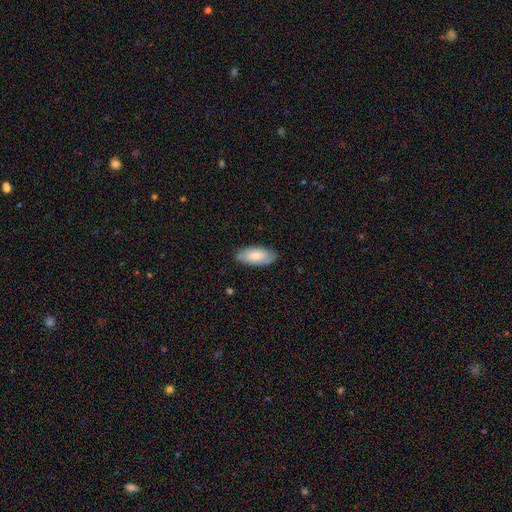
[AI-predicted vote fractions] This is likely a smooth galaxy (77%). How rounded: clearly in between (89%). Merging: clearly none (83%).